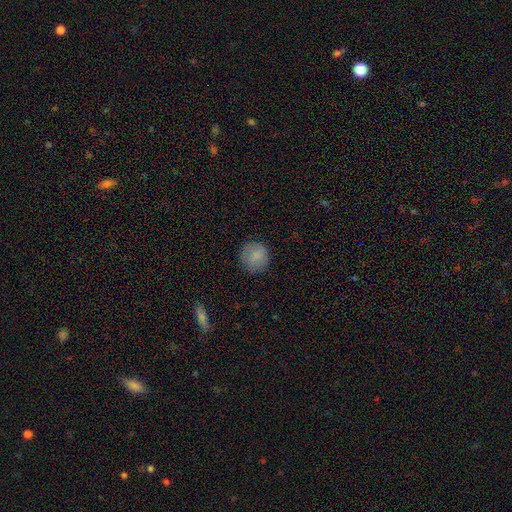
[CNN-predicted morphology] smooth 83%, star or artifact 8%, featured or disk 8%. Down the decision tree: how rounded — round (92%); merging — none (84%).